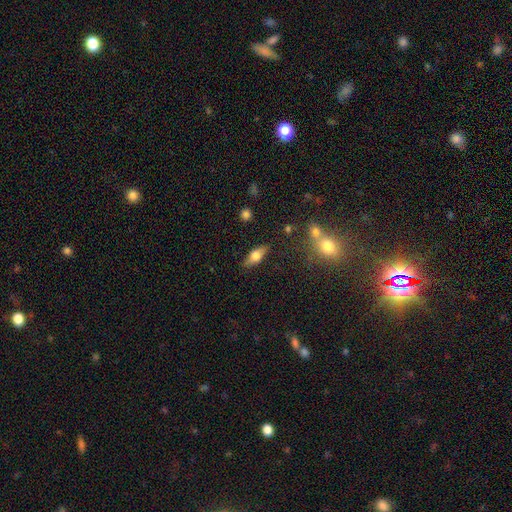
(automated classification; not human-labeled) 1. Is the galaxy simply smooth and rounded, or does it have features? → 53% smooth, 39% featured or disk, 8% star or artifact.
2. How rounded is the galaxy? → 68% in between, 27% cigar-shaped, 5% round.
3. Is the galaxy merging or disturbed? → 83% none, 11% minor disturbance, 3% major disturbance, 2% merger.